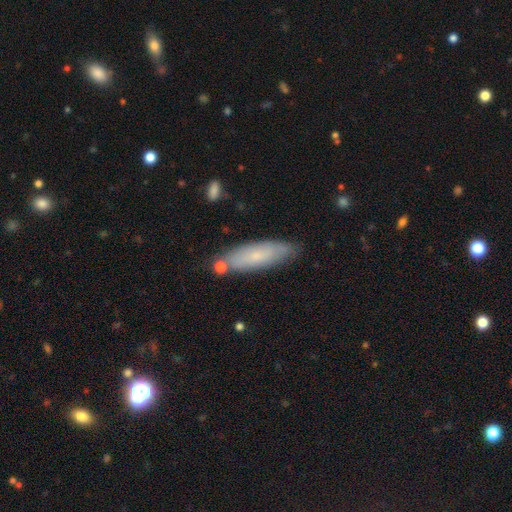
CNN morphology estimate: This is likely a smooth galaxy (67%). How rounded: possibly cigar-shaped (54%). Merging: likely none (77%).